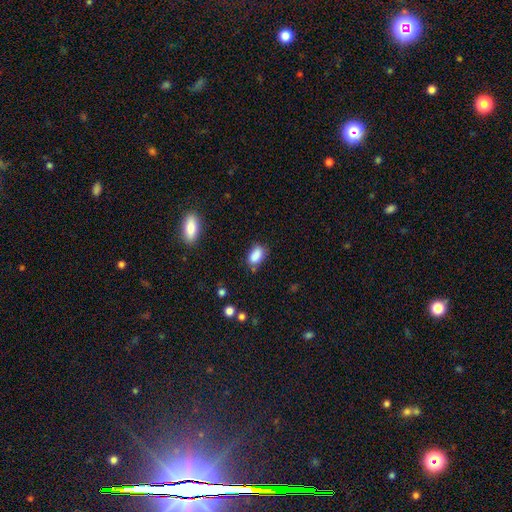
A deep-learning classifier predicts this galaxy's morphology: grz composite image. It shows a smooth galaxy with no disk features (86%) that is in between round and cigar-shaped (90%). Merging: none (70%).